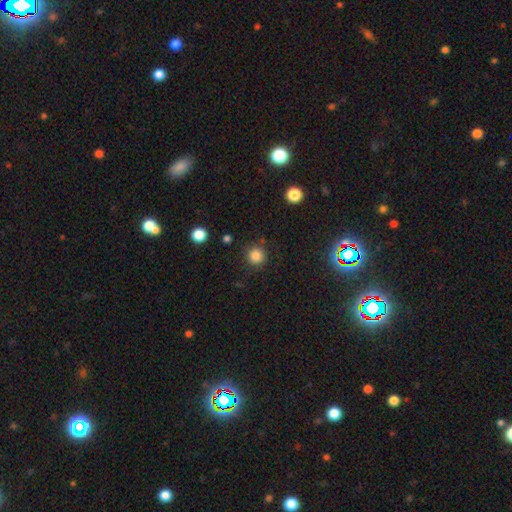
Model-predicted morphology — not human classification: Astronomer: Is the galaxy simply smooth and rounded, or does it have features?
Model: smooth — 84%.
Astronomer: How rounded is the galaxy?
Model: round — 94%.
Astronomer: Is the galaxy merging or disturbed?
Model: none — 86%.